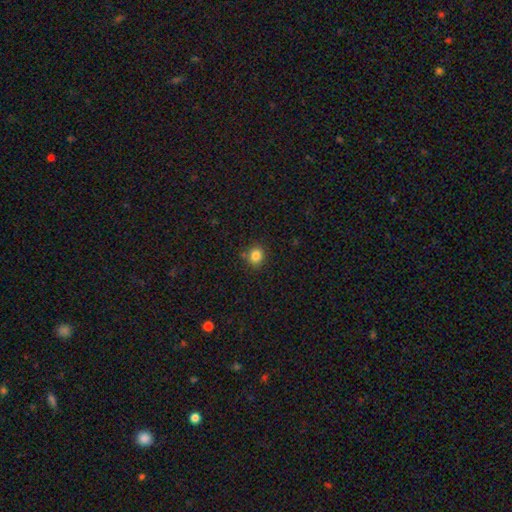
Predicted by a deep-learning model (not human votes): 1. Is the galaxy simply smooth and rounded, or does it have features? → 84% smooth, 11% star or artifact, 5% featured or disk.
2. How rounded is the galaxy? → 79% round, 20% in between, 1% cigar-shaped.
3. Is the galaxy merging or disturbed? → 82% none, 12% minor disturbance, 4% merger, 3% major disturbance.